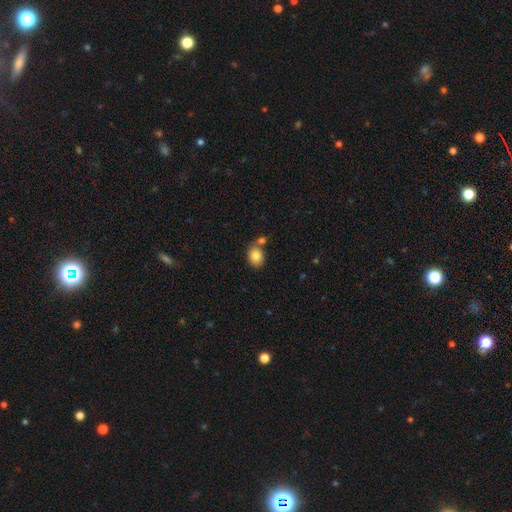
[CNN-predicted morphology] This is clearly a smooth galaxy (83%). How rounded: possibly in between (55%). Merging: possibly none (60%).